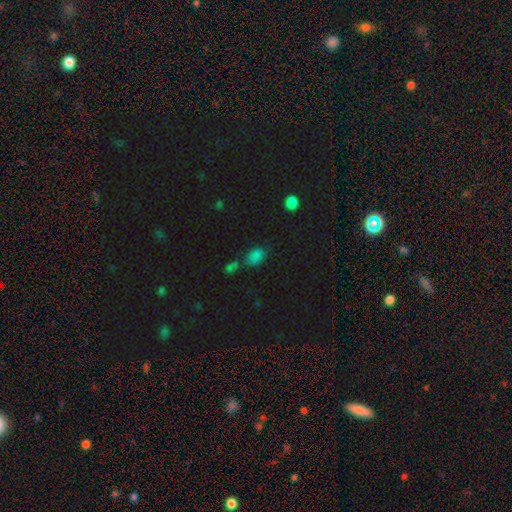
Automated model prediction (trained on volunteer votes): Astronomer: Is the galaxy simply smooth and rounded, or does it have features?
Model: smooth — 77%.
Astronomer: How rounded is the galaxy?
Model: in between — 84%.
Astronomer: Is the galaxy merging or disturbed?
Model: none — 53%.